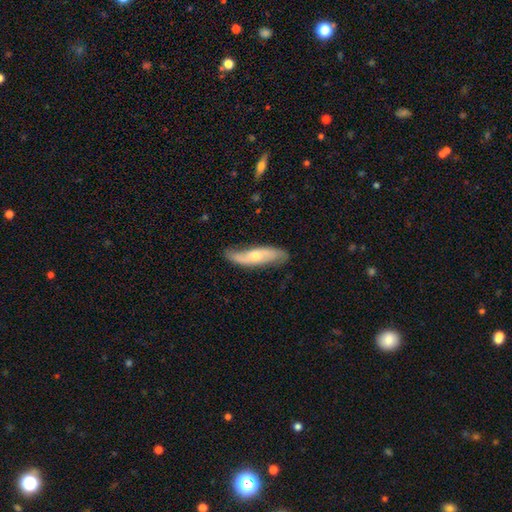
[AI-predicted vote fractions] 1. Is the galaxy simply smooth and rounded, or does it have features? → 62% featured or disk, 32% smooth, 6% star or artifact.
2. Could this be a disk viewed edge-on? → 69% no, 31% yes.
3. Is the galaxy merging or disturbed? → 69% none, 23% minor disturbance, 5% major disturbance, 2% merger.